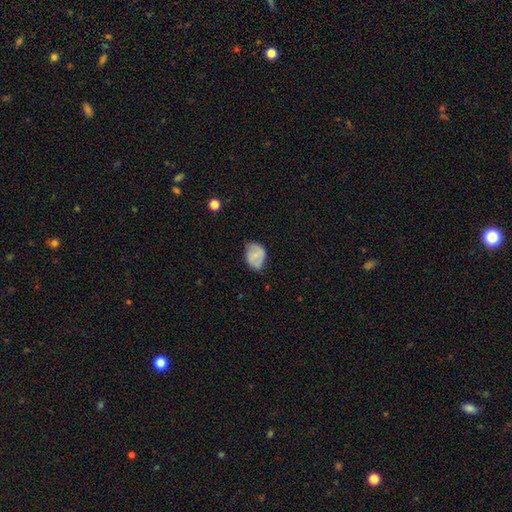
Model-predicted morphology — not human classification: Smooth or featured? Predicted: smooth (p=0.58). How rounded? Predicted: in between (p=0.69). Merging? Predicted: none (p=0.52).